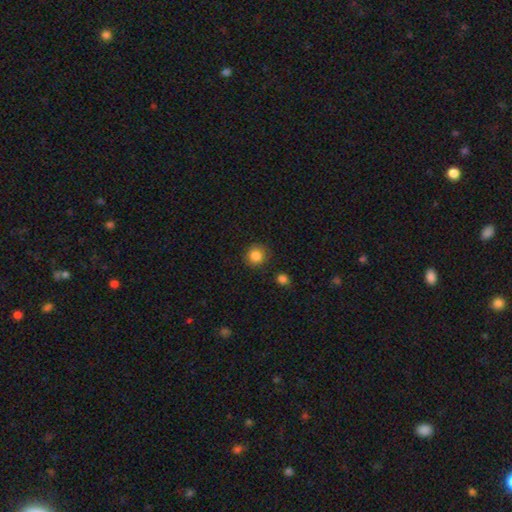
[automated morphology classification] A smooth galaxy with no disk features (85%) that is round (90%). Merging: none (86%).